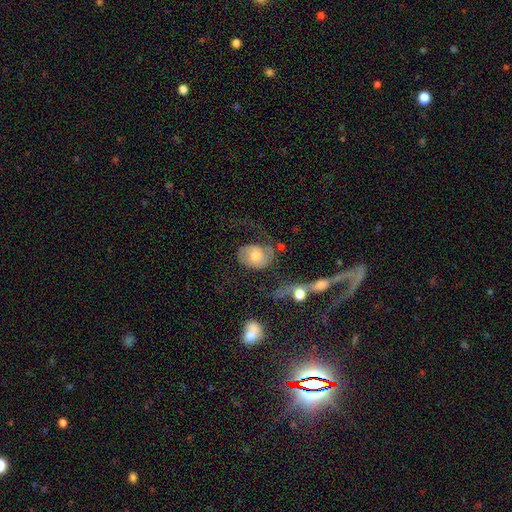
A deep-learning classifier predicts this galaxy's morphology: Smooth or featured? Predicted: featured or disk (p=0.51). Edge-on disk? Predicted: no (p=0.95). Merging? Predicted: major disturbance (p=0.35).